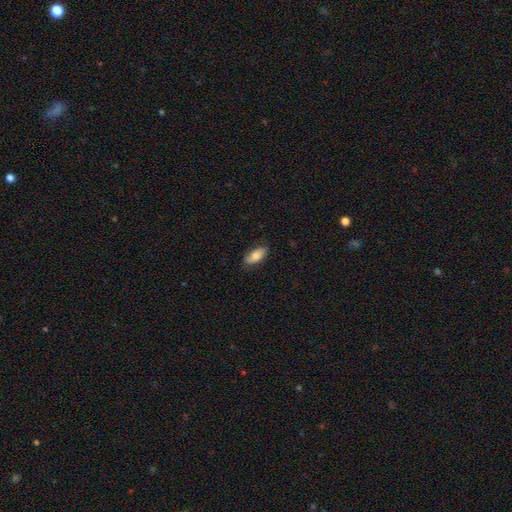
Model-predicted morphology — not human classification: Smooth or featured? smooth (75%)
How rounded? in between (87%)
Merging? none (80%)